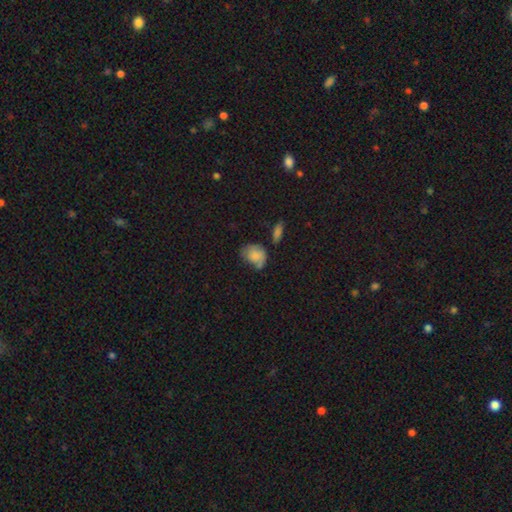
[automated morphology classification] smooth 72%, featured or disk 19%, star or artifact 9%. Down the decision tree: how rounded — in between (60%); merging — none (38%).